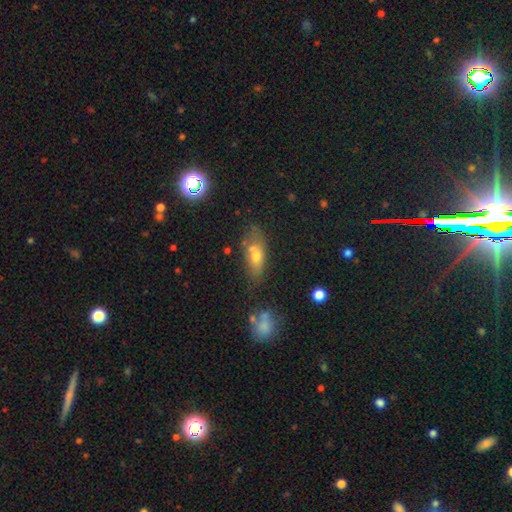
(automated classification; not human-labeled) Smooth or featured? smooth (62%)
How rounded? in between (71%)
Merging? none (54%)